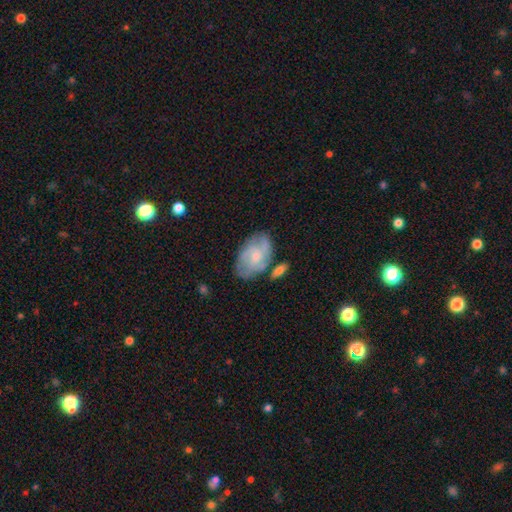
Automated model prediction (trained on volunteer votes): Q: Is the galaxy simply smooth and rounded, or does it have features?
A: featured or disk — 64%.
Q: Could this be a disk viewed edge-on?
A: no — 96%.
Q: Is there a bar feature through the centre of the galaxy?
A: no — 68%.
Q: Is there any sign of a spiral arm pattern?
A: yes — 84%.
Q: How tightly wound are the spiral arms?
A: tight — 42%, tied with medium.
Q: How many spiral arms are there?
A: can't tell — 35%.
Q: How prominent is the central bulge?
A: small — 62%.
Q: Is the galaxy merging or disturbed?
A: none — 62%.